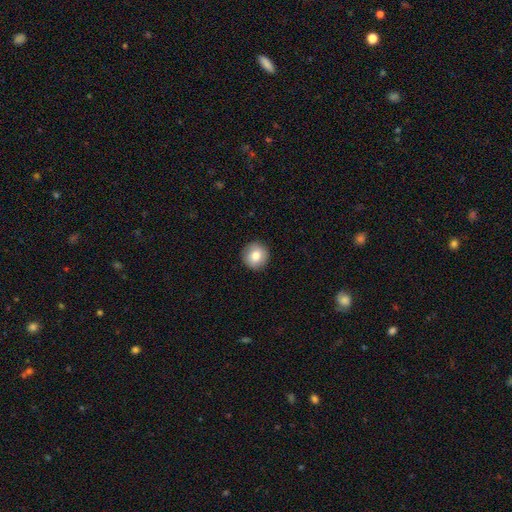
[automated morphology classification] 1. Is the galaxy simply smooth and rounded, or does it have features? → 81% smooth, 11% featured or disk, 8% star or artifact.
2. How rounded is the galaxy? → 94% round, 5% in between, 1% cigar-shaped.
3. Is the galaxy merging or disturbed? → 92% none, 5% minor disturbance, 2% major disturbance, 1% merger.